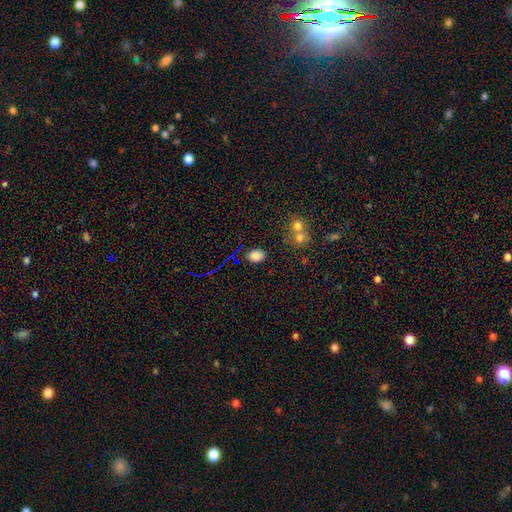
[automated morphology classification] Smooth or featured: smooth — 80% (star or artifact — 14%)
How rounded: in between — 72% (round — 27%)
Merging: none — 80% (minor disturbance — 10%)